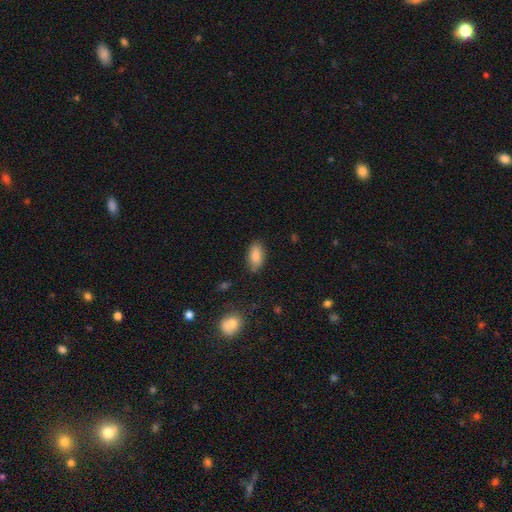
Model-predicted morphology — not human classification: Smooth or featured?
  - smooth: 84% *
  - featured or disk: 9%
  - star or artifact: 8%
How rounded?
  - in between: 91% *
  - cigar-shaped: 5%
  - round: 4%
Merging?
  - none: 83% *
  - minor disturbance: 12%
  - major disturbance: 3%
  - merger: 2%